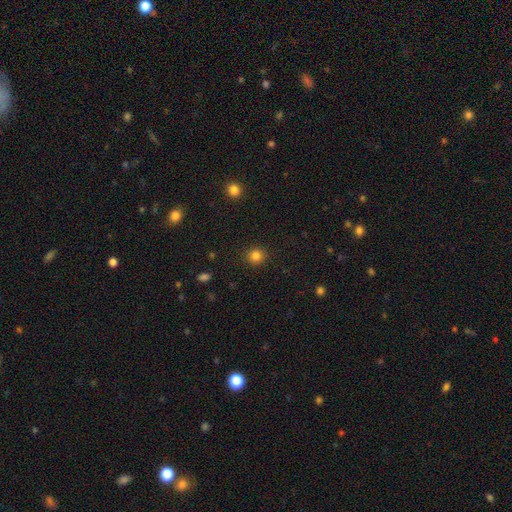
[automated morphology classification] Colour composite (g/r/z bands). It shows a smooth galaxy with no disk features (83%) that is round (91%). Merging: none (90%).